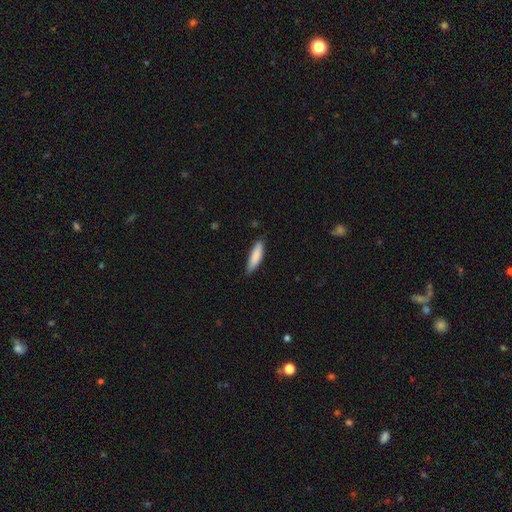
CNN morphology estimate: Smooth or featured? smooth (86%)
How rounded? cigar-shaped (66%)
Merging? none (81%)